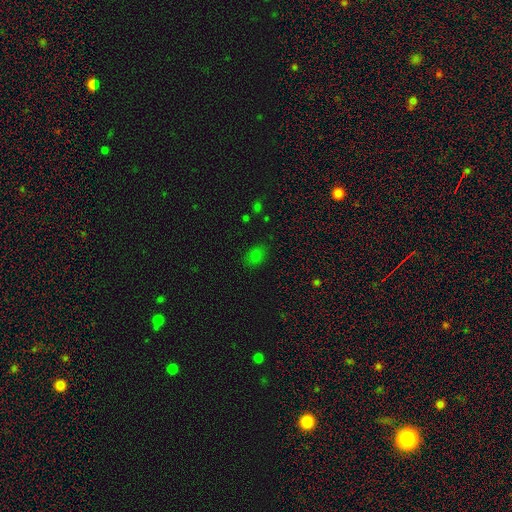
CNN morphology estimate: Smooth or featured?
  - smooth: 74% *
  - star or artifact: 18%
  - featured or disk: 8%
How rounded?
  - in between: 71% *
  - round: 27%
  - cigar-shaped: 2%
Merging?
  - none: 82% *
  - minor disturbance: 13%
  - major disturbance: 3%
  - merger: 2%